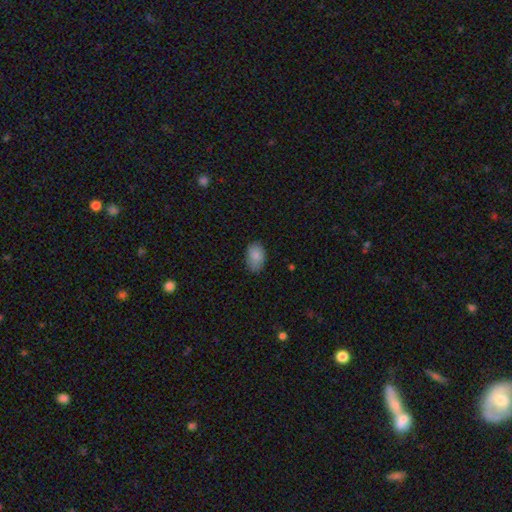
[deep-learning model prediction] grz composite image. It shows a smooth galaxy with no disk features (86%) that is in between round and cigar-shaped (87%). Merging: none (74%).